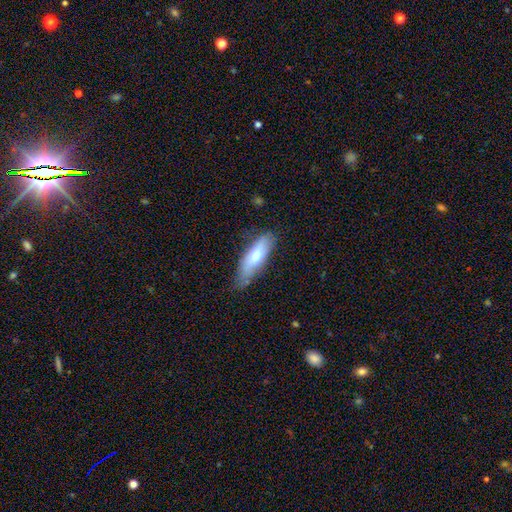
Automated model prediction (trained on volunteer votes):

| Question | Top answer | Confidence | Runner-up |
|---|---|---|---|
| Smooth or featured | smooth | 65% | featured or disk (29%) |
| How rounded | cigar-shaped | 50% | in between (48%) |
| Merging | none | 64% | minor disturbance (27%) |